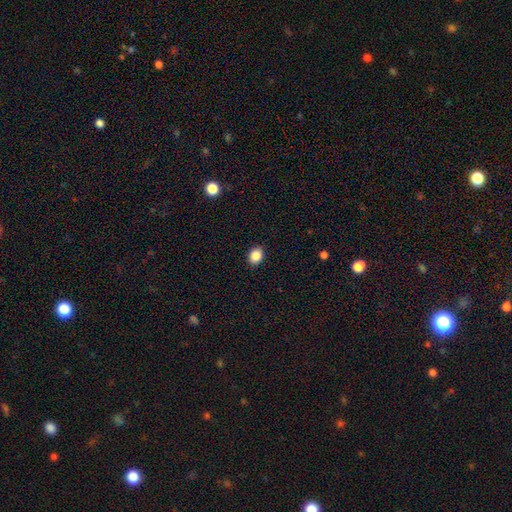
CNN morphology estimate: smooth_or_featured: smooth (p=0.87) [alt: star or artifact p=0.09]
how_rounded: in between (p=0.57) [alt: round p=0.42]
merging: none (p=0.91) [alt: minor disturbance p=0.07]